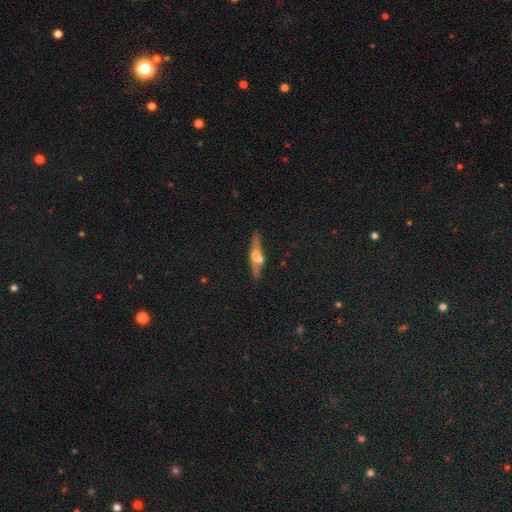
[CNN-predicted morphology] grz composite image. It shows a featured or disk galaxy (53%) viewed edge-on (85%). Merging: none (67%).